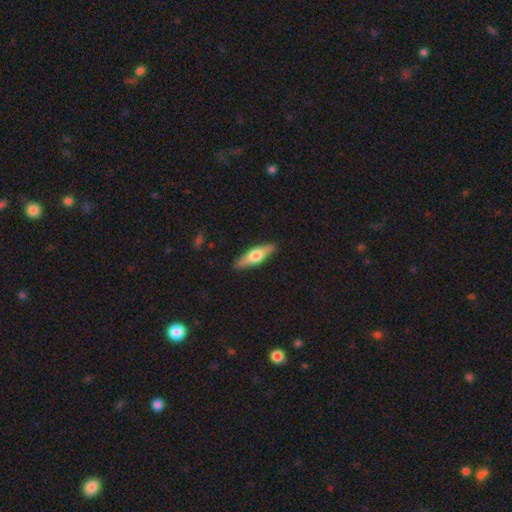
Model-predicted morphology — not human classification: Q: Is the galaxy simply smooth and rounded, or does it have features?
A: smooth — 51%.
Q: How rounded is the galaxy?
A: cigar-shaped — 55%.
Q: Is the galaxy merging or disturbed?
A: none — 89%.